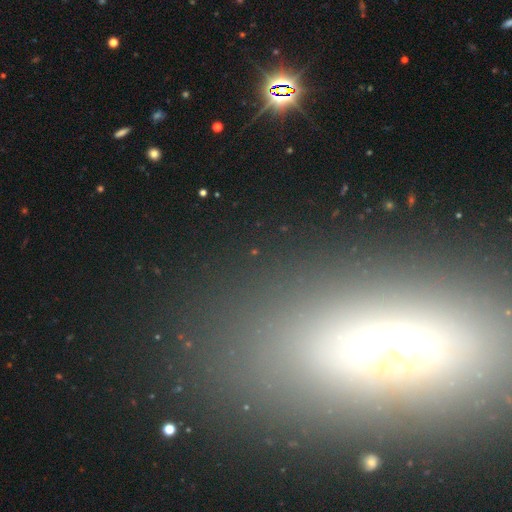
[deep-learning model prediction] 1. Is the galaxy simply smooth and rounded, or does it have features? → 44% smooth, 34% star or artifact, 22% featured or disk.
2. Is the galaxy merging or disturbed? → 81% none, 10% minor disturbance, 5% major disturbance, 3% merger.